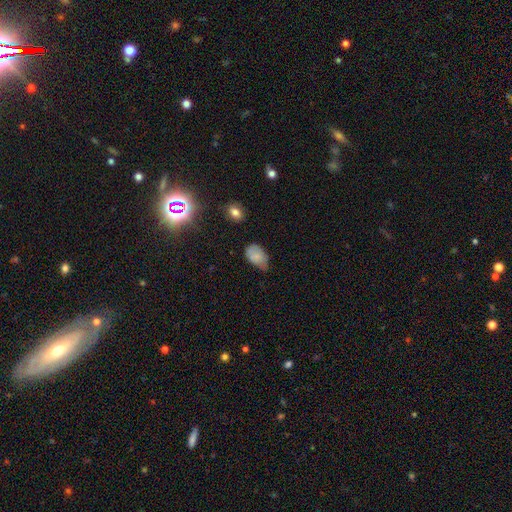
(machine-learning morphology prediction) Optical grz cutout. It shows a smooth galaxy with no disk features (76%) that is in between round and cigar-shaped (89%). Merging: minor disturbance (44%).